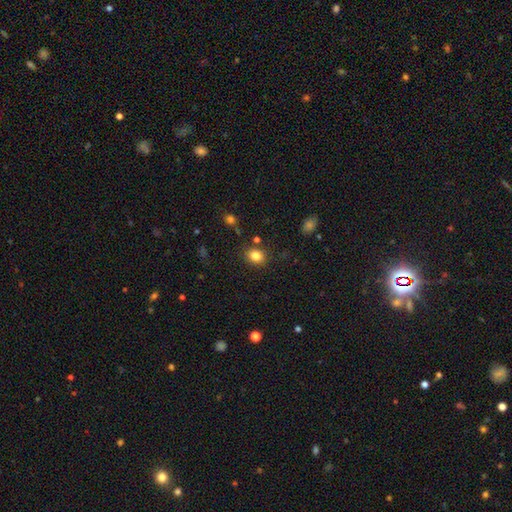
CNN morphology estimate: A smooth galaxy with no disk features (83%) that is round (56%). Merging: none (84%).